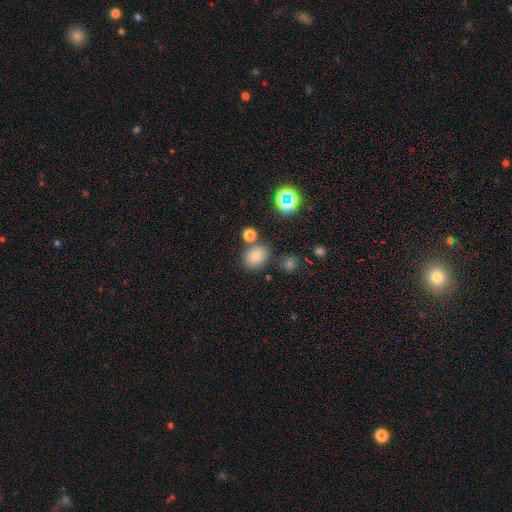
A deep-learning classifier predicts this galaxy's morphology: Smooth or featured: smooth — 79% (star or artifact — 15%)
How rounded: in between — 65% (round — 33%)
Merging: none — 72% (minor disturbance — 13%)